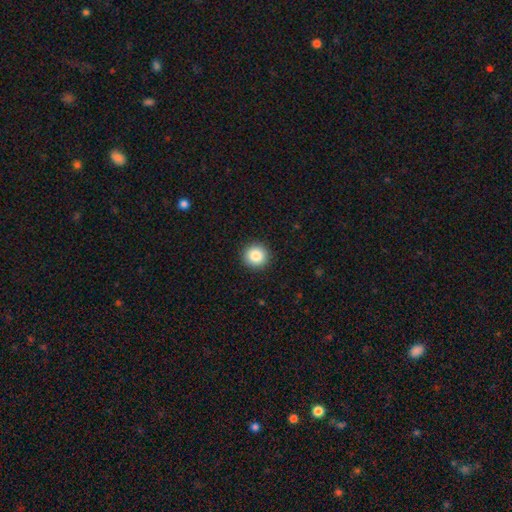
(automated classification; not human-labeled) This is clearly a smooth galaxy (86%). How rounded: clearly round (95%). Merging: clearly none (93%).